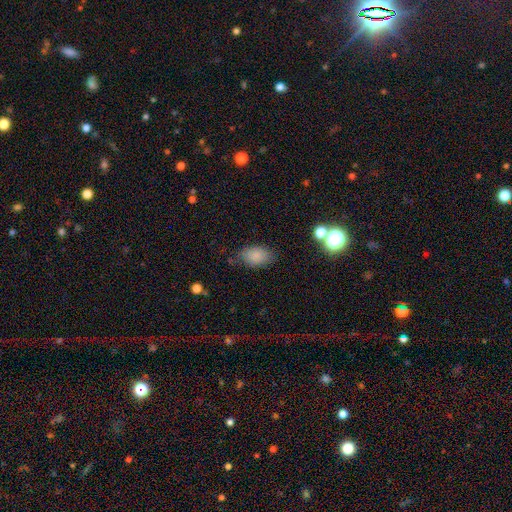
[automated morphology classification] Smooth or featured? Predicted: smooth (p=0.84). How rounded? Predicted: in between (p=0.90). Merging? Predicted: none (p=0.75).